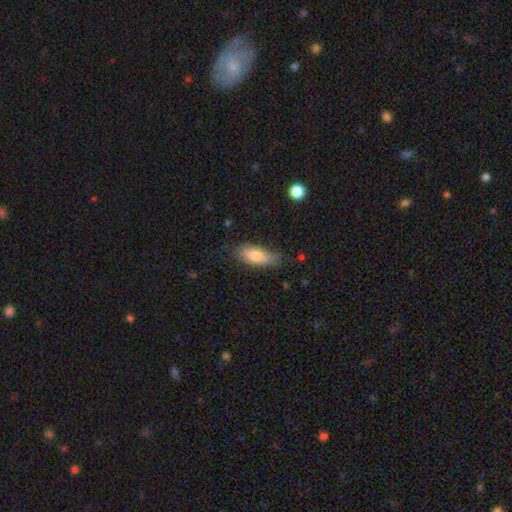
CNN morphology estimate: This appears to be a smooth galaxy with no disk features (77%) that is in between round and cigar-shaped (79%). Merging: none (60%).